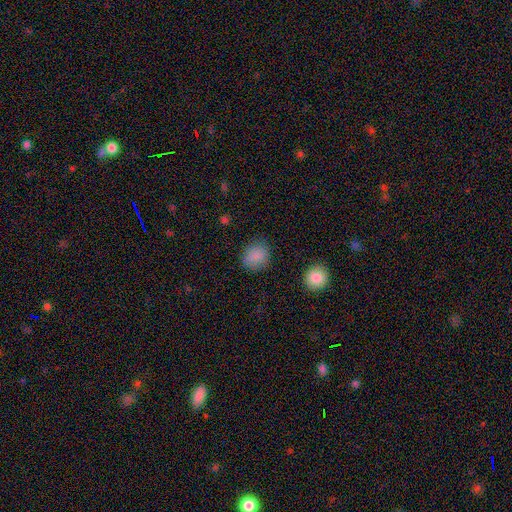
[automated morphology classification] Smooth or featured? Predicted: smooth (p=0.86). How rounded? Predicted: round (p=0.81). Merging? Predicted: none (p=0.83).